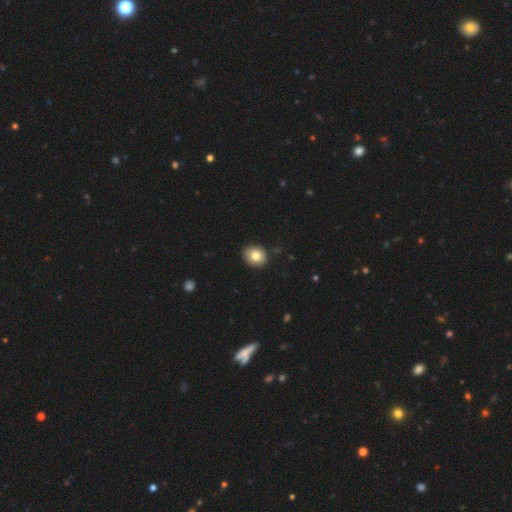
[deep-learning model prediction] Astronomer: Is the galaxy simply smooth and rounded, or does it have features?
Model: smooth — 80%.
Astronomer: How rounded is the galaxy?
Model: round — 62% (runner-up: in between, 37%).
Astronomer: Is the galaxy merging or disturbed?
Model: none — 88%.